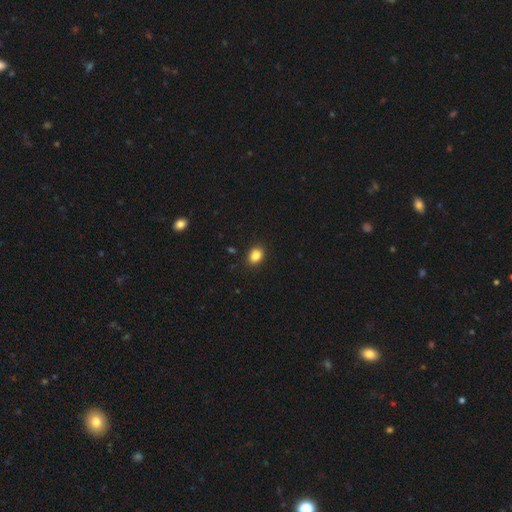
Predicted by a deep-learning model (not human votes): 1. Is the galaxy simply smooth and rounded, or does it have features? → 85% smooth, 10% star or artifact, 5% featured or disk.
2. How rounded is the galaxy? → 54% in between, 45% round, 1% cigar-shaped.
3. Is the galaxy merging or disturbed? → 87% none, 10% minor disturbance, 2% major disturbance, 2% merger.